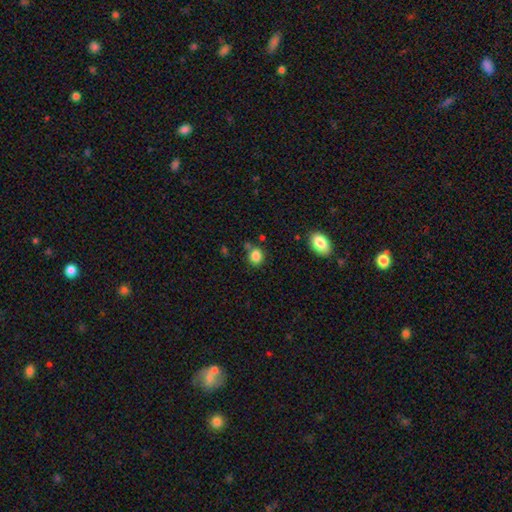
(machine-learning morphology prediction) Smooth or featured? smooth (85%)
How rounded? round (66%)
Merging? none (71%)